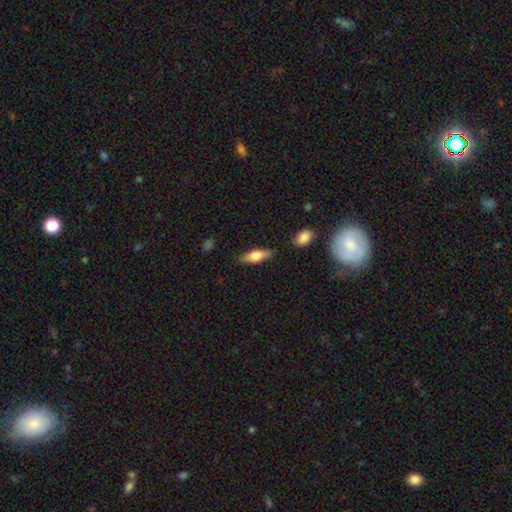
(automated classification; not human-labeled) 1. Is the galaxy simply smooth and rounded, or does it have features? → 60% smooth, 34% featured or disk, 7% star or artifact.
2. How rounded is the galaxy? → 65% in between, 32% cigar-shaped, 3% round.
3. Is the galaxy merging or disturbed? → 80% none, 14% minor disturbance, 3% major disturbance, 3% merger.